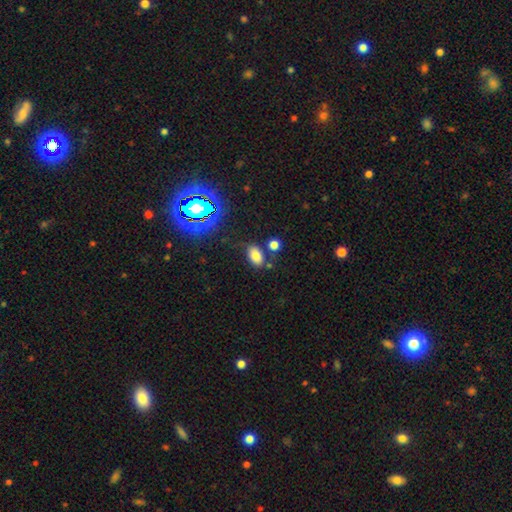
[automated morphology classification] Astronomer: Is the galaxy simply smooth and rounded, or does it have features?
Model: smooth — 75%.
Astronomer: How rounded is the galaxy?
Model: in between — 87%.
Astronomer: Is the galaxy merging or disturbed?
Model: none — 69%.